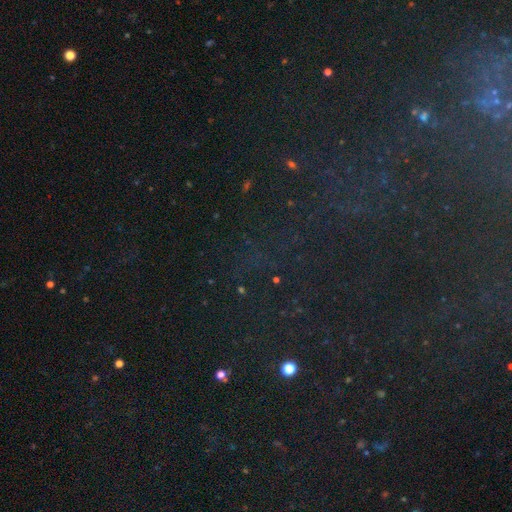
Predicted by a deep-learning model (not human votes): Overall: star or artifact (82%).